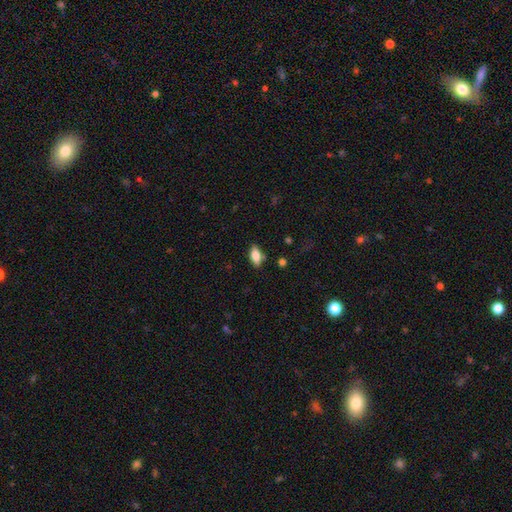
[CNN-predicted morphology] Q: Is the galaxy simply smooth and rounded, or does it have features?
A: smooth — 78%.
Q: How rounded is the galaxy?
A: in between — 86%.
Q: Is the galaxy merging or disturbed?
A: none — 81%.